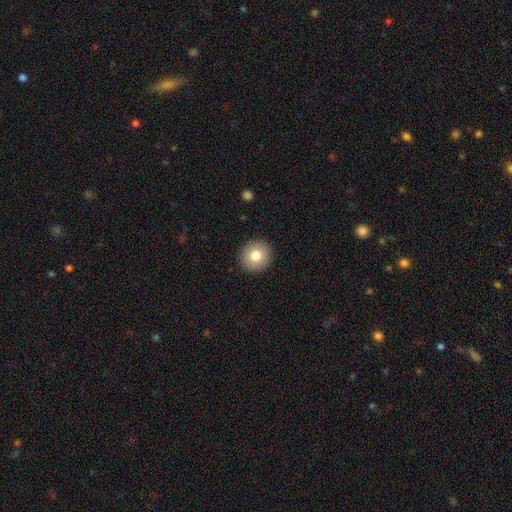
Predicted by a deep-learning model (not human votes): Morphology: type=smooth (79%); roundness=round (91%); merging=none (92%).